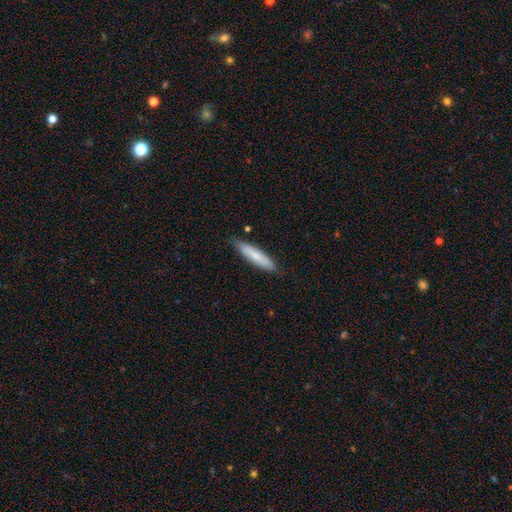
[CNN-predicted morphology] This is likely a smooth galaxy (68%). How rounded: likely cigar-shaped (78%). Merging: clearly none (81%).